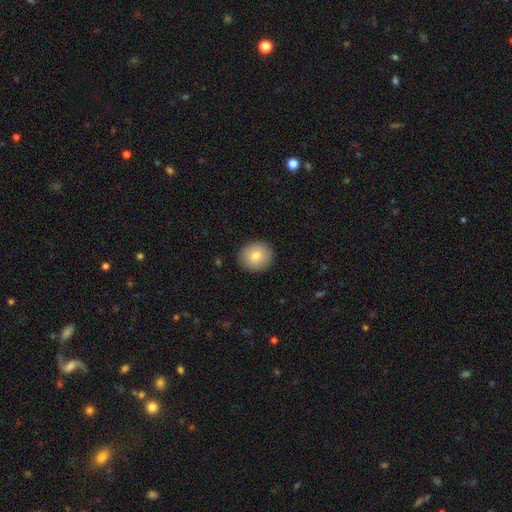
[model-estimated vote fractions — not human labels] Overall: smooth (81%). How rounded: round (81%). Merging: none (90%).